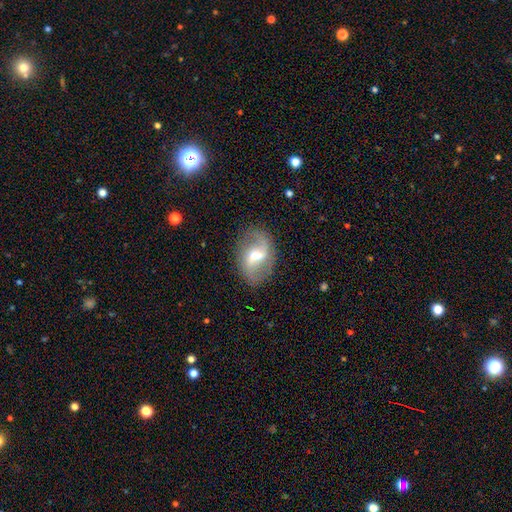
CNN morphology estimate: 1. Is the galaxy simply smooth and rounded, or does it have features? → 71% featured or disk, 21% smooth, 7% star or artifact.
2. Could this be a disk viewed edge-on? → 95% no, 5% yes.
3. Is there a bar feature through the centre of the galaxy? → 55% weak, 28% strong, 18% no.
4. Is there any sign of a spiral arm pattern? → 83% yes, 17% no.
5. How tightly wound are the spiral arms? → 65% loose, 28% medium, 7% tight.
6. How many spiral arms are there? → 86% 2, 6% can't tell, 4% 1, 1% 3, 1% 4, 1% more than 4.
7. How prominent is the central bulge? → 56% moderate, 29% small, 10% large, 4% none, 2% dominant.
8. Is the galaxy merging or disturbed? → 79% none, 14% minor disturbance, 6% major disturbance, 2% merger.